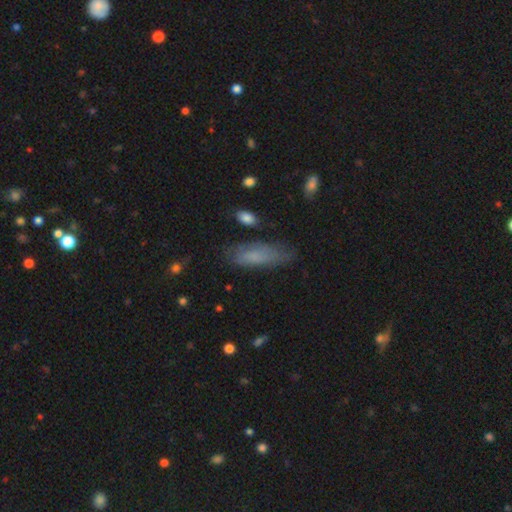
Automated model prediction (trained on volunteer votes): A smooth galaxy with no disk features (69%) that is in between round and cigar-shaped (57%). Merging: none (67%).